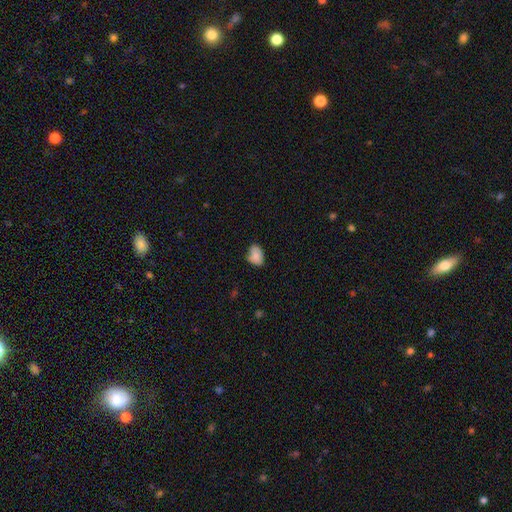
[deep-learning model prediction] Smooth or featured? Predicted: smooth (p=0.81). How rounded? Predicted: in between (p=0.75). Merging? Predicted: none (p=0.64).